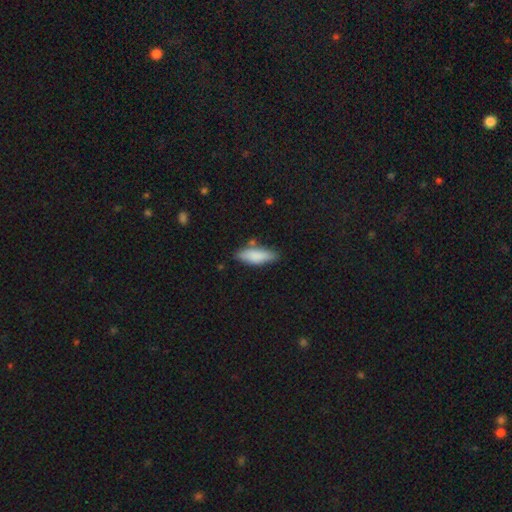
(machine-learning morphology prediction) The model was most divided on "how rounded": in between: 59%, cigar-shaped: 39%, round: 2%. More confident: smooth or featured — smooth (82%); merging — none (73%).